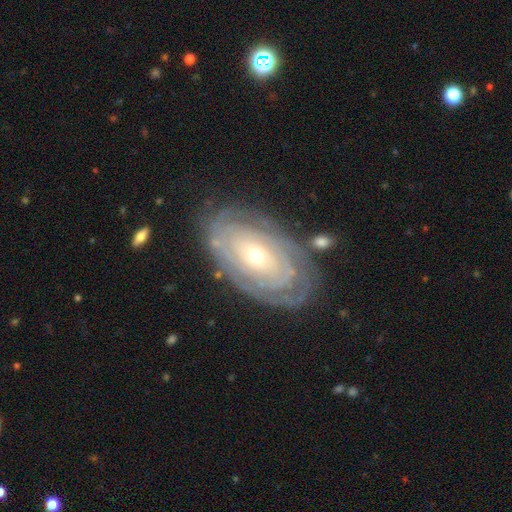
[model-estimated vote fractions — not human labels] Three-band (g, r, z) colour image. It shows a featured or disk galaxy (80%) with no bar (79%), tight (85%) spiral arms (86%) and a small central bulge (62%). Merging: none (77%).